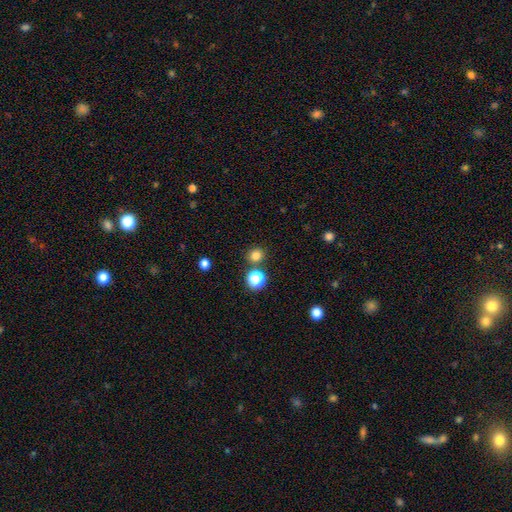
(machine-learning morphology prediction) A smooth galaxy with no disk features (79%) that is round (87%).

Vote fractions:
- Smooth or featured? smooth: 79% / star or artifact: 17% / featured or disk: 5%
- How rounded? round: 87% / in between: 12% / cigar-shaped: 1%
- Merging? none: 82% / merger: 9% / minor disturbance: 7% / major disturbance: 3%